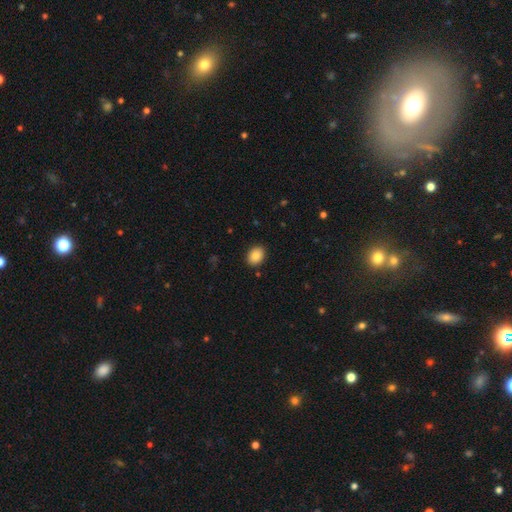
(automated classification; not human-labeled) Smooth or featured?
  - smooth: 87% *
  - star or artifact: 8%
  - featured or disk: 5%
How rounded?
  - in between: 65% *
  - round: 34%
  - cigar-shaped: 1%
Merging?
  - none: 89% *
  - minor disturbance: 8%
  - major disturbance: 2%
  - merger: 1%